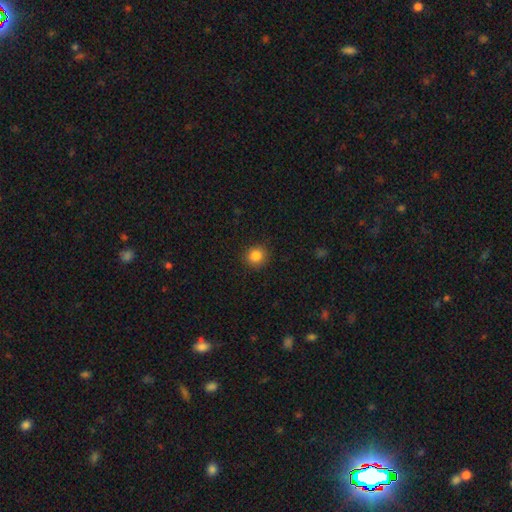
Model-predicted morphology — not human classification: Overall: smooth (85%). How rounded: round (89%). Merging: none (90%).